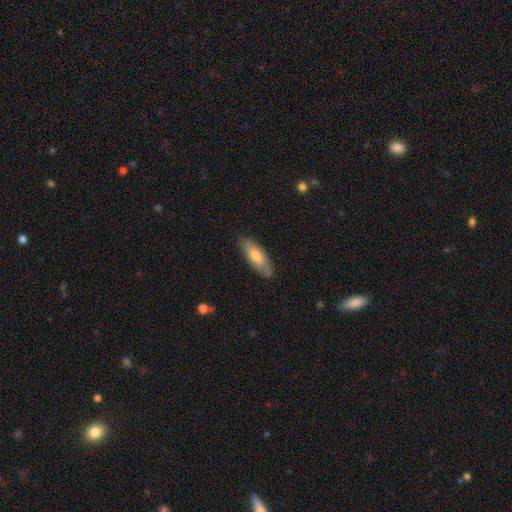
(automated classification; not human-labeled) smooth-or-featured: smooth: 70% | featured or disk: 24% | star or artifact: 6%
  how-rounded: in between: 60% | cigar-shaped: 38% | round: 2%
  merging: none: 83% | minor disturbance: 14% | major disturbance: 3% | merger: 1%